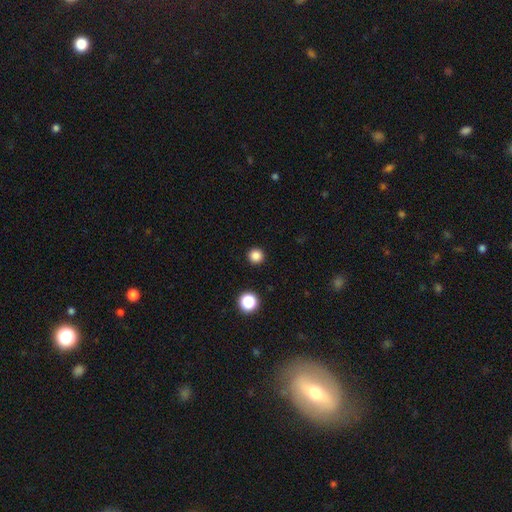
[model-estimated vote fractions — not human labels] Morphology: type=smooth (84%); roundness=round (96%); merging=none (93%).